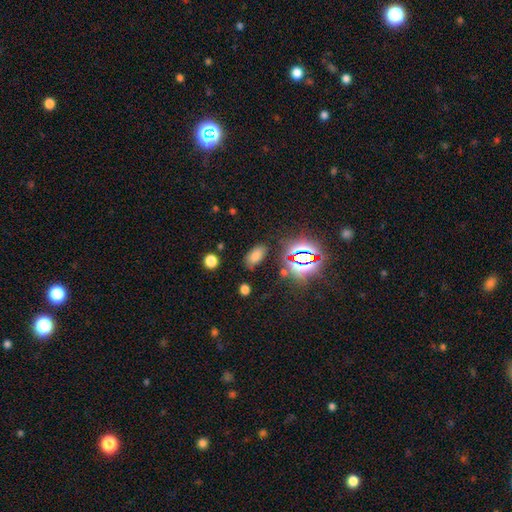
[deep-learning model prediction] This appears to be a smooth galaxy with no disk features (67%) that is in between round and cigar-shaped (90%). Merging: none (77%).